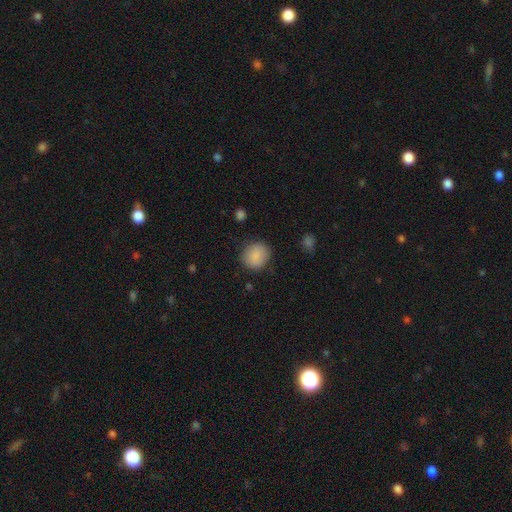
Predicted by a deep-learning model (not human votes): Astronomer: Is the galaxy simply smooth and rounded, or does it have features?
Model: smooth — 87%.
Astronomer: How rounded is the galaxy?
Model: round — 80%.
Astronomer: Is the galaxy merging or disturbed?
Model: none — 84%.